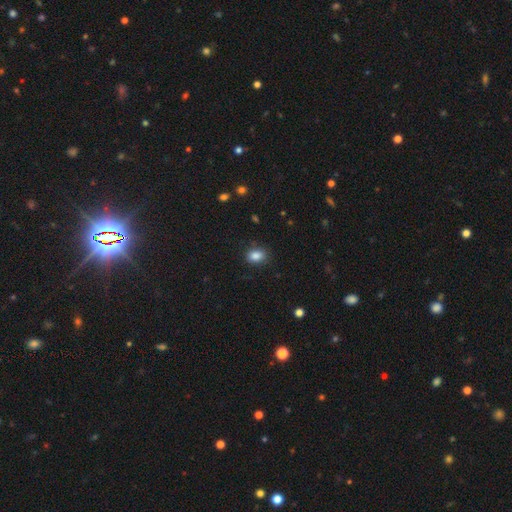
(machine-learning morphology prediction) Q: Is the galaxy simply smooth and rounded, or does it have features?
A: smooth — 86%.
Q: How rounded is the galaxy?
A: in between — 70%.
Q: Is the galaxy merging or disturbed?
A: none — 83%.